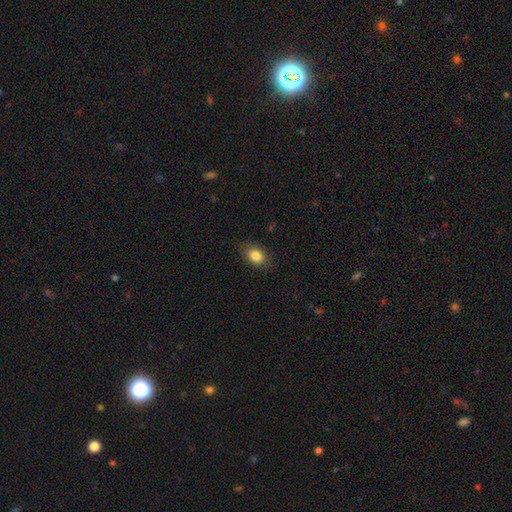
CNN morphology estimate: smooth 84%, star or artifact 8%, featured or disk 7%. Down the decision tree: how rounded — in between (77%); merging — none (82%).